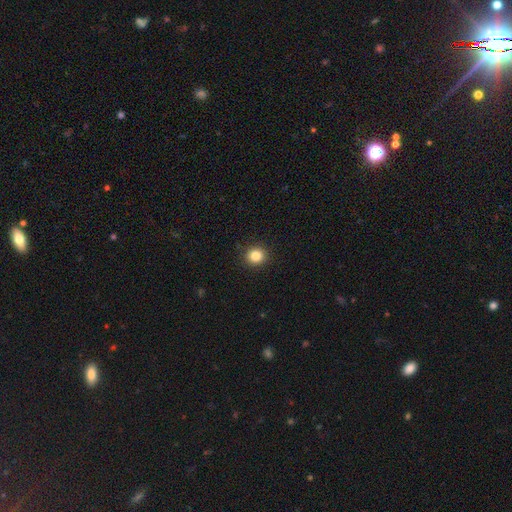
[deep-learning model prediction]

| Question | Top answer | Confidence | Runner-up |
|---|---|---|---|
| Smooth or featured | smooth | 84% | star or artifact (11%) |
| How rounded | round | 89% | in between (10%) |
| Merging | none | 92% | minor disturbance (5%) |